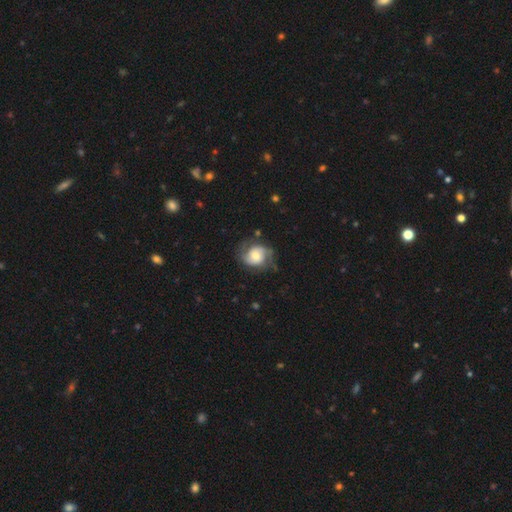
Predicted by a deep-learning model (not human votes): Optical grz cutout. It shows a featured or disk galaxy (61%) with no bar (61%), 2 (81%) medium (45%) spiral arms (86%) and a moderate central bulge (49%). Merging: none (62%).